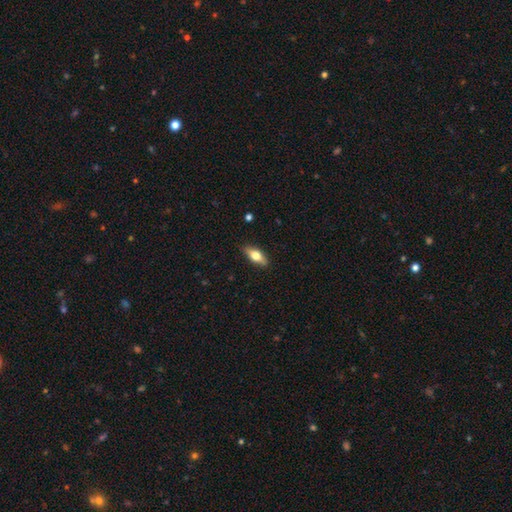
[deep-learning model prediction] Smooth or featured?
  - smooth: 60% *
  - featured or disk: 33%
  - star or artifact: 7%
How rounded?
  - in between: 73% *
  - cigar-shaped: 24%
  - round: 4%
Merging?
  - none: 86% *
  - minor disturbance: 10%
  - major disturbance: 2%
  - merger: 1%